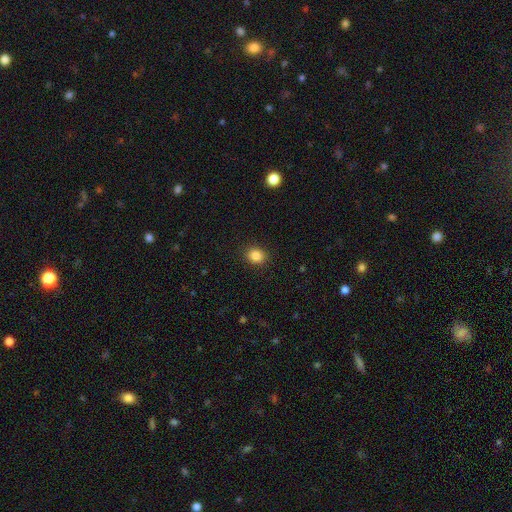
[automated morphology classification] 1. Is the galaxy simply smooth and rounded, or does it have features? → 85% smooth, 11% star or artifact, 4% featured or disk.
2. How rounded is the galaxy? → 68% round, 31% in between, 1% cigar-shaped.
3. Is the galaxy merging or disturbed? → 90% none, 7% minor disturbance, 2% major disturbance, 1% merger.